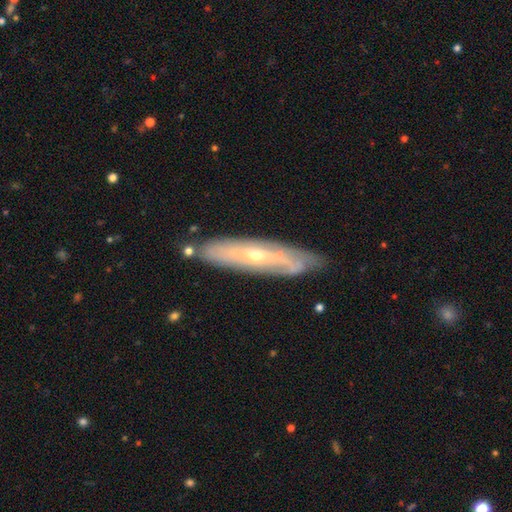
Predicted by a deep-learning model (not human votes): A featured or disk galaxy (70%).

Vote fractions:
- Smooth or featured? featured or disk: 70% / smooth: 23% / star or artifact: 7%
- Edge-on disk? no: 55% / yes: 45%
- Merging? none: 75% / minor disturbance: 18% / major disturbance: 4% / merger: 3%